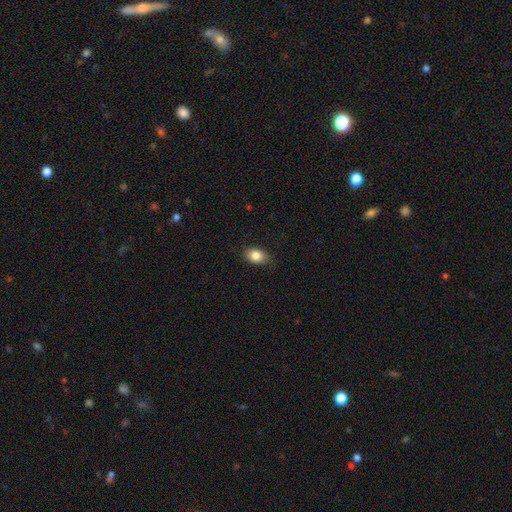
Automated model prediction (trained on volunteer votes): The model was most divided on "merging": none: 79%, minor disturbance: 17%, major disturbance: 3%, merger: 1%. More confident: smooth or featured — smooth (84%); how rounded — in between (80%).